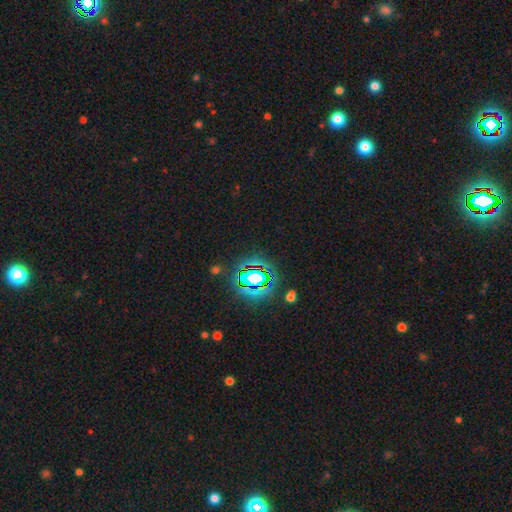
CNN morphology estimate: star or artifact 80%, smooth 12%, featured or disk 8%.